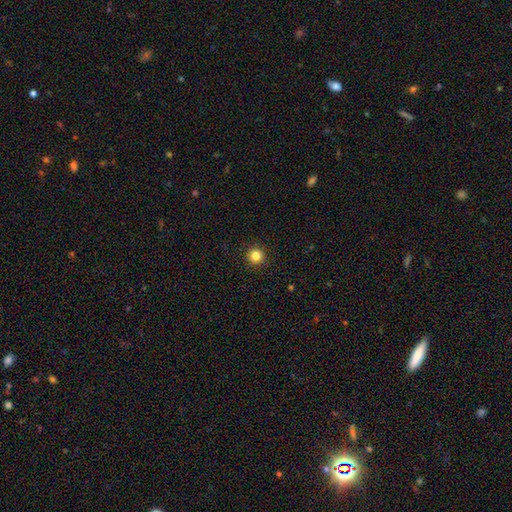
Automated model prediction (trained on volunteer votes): A smooth galaxy with no disk features (83%) that is round (96%).

Vote fractions:
- Smooth or featured? smooth: 83% / star or artifact: 12% / featured or disk: 4%
- How rounded? round: 96% / in between: 3% / cigar-shaped: 1%
- Merging? none: 93% / minor disturbance: 4% / major disturbance: 2% / merger: 1%